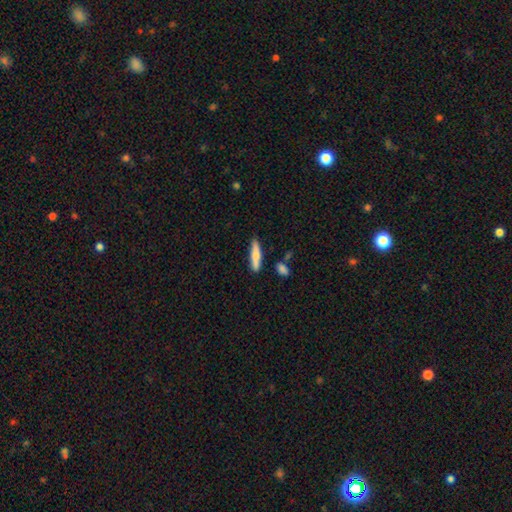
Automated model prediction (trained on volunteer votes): Smooth or featured?
  - smooth: 69% *
  - featured or disk: 26%
  - star or artifact: 6%
How rounded?
  - cigar-shaped: 78% *
  - in between: 20%
  - round: 2%
Merging?
  - none: 80% *
  - minor disturbance: 13%
  - merger: 5%
  - major disturbance: 2%